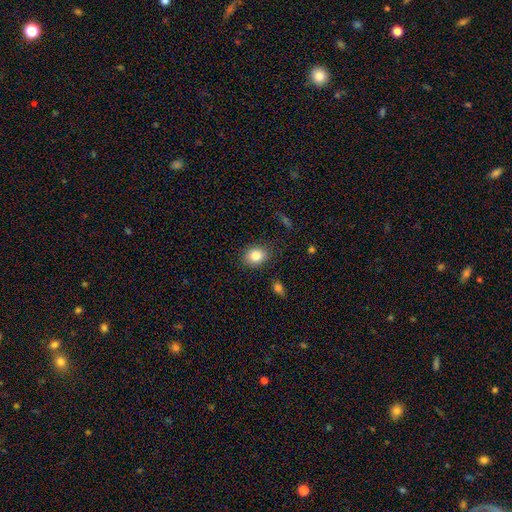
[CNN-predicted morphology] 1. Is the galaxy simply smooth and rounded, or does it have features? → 83% smooth, 9% star or artifact, 8% featured or disk.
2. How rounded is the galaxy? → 52% in between, 47% round, 1% cigar-shaped.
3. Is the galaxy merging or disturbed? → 85% none, 10% minor disturbance, 3% major disturbance, 2% merger.